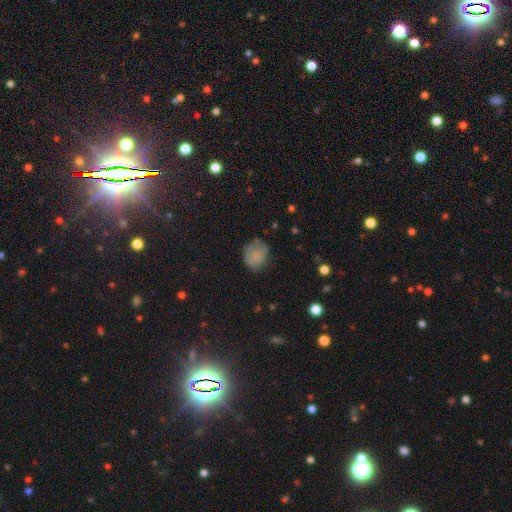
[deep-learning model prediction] Smooth or featured? smooth (75%)
How rounded? round (76%)
Merging? none (64%)